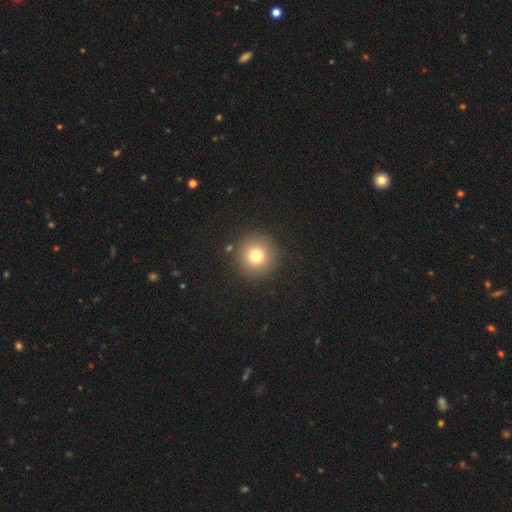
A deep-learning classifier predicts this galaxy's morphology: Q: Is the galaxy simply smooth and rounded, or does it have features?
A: smooth — 76%.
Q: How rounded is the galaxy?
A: round — 96%.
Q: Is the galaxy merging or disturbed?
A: none — 89%.